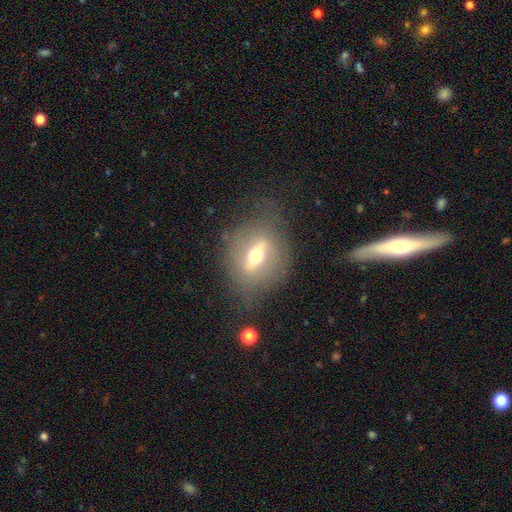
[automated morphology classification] This appears to be a featured or disk galaxy (59%). Merging: none (68%).